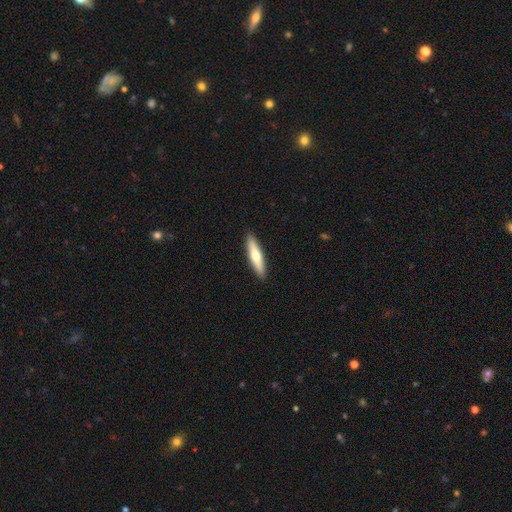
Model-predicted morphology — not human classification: Q: Smooth or featured?
A: smooth (53%); runner-up: featured or disk (42%)
Q: How rounded?
A: cigar-shaped (82%); runner-up: in between (16%)
Q: Merging?
A: none (91%); runner-up: minor disturbance (6%)